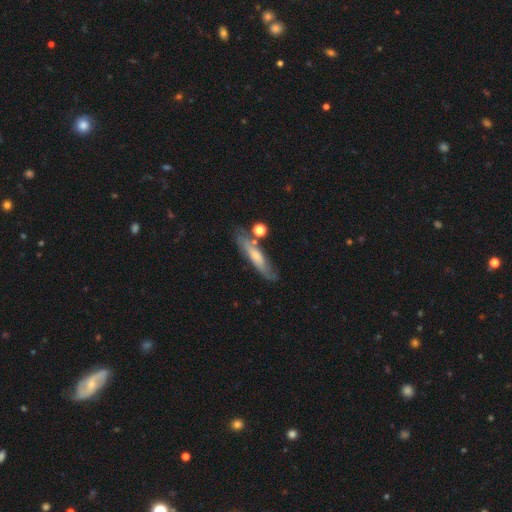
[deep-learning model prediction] A featured or disk galaxy (46%, tied with smooth). Merging: none (65%).